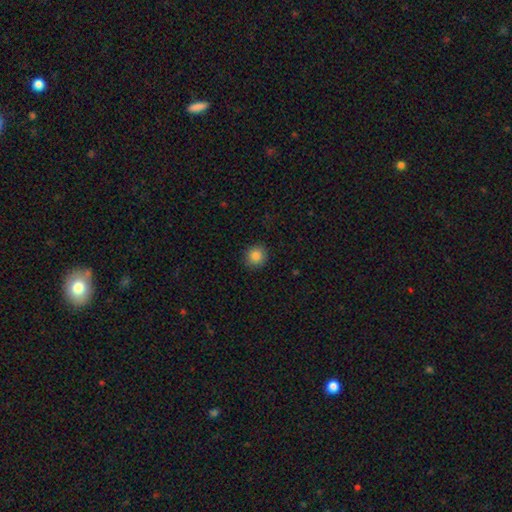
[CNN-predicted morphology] Smooth or featured: smooth — 86% (star or artifact — 10%)
How rounded: round — 90% (in between — 9%)
Merging: none — 90% (minor disturbance — 7%)